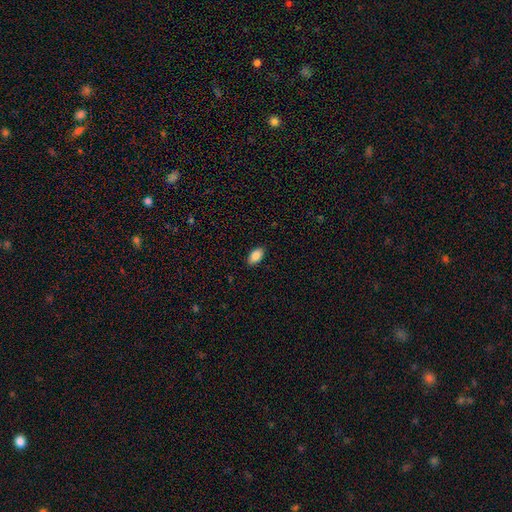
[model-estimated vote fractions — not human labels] Smooth or featured? smooth (87%)
How rounded? in between (94%)
Merging? none (89%)